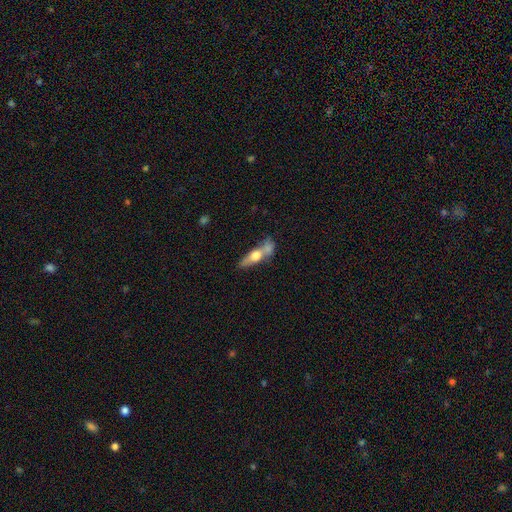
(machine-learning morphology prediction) smooth_or_featured: smooth (p=0.52) [alt: featured or disk p=0.40]
how_rounded: cigar-shaped (p=0.48) [alt: in between p=0.45]
merging: merger (p=0.41) [alt: none p=0.36]